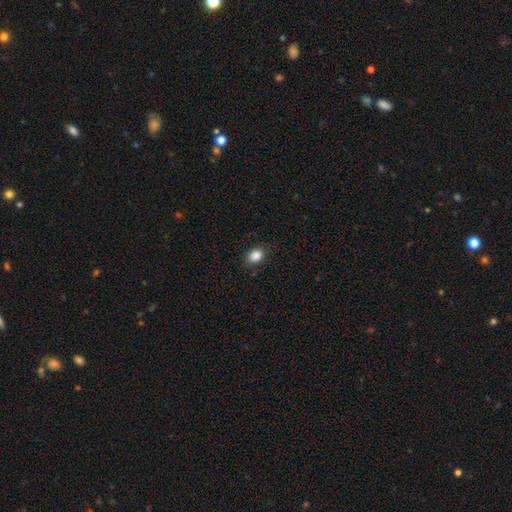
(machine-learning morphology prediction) Q: Smooth or featured?
A: smooth (87%); runner-up: star or artifact (9%)
Q: How rounded?
A: in between (64%); runner-up: round (35%)
Q: Merging?
A: none (84%); runner-up: minor disturbance (12%)